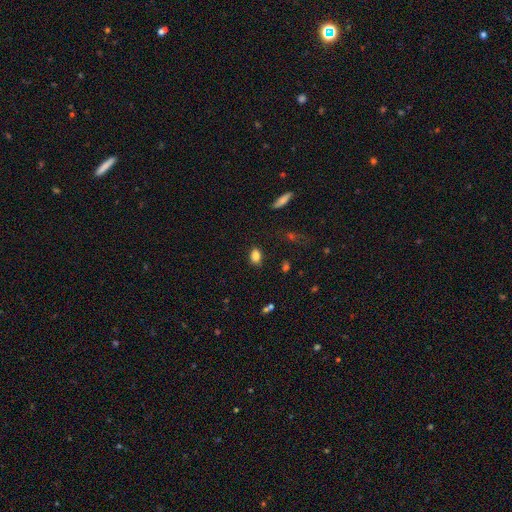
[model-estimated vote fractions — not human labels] Morphology: type=smooth (84%); roundness=in between (78%); merging=none (84%).